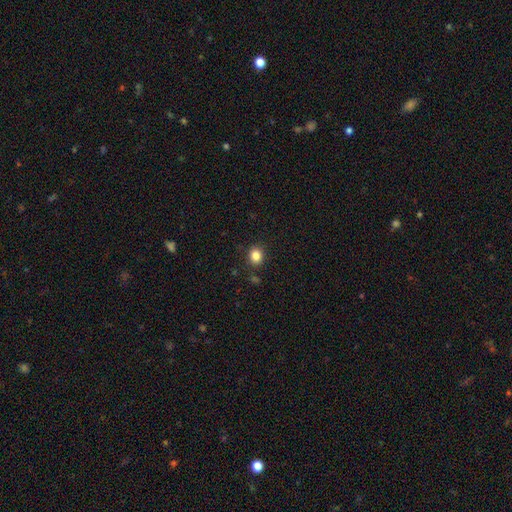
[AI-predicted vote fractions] Smooth or featured: smooth — 84% (star or artifact — 11%)
How rounded: round — 69% (in between — 30%)
Merging: none — 87% (minor disturbance — 8%)